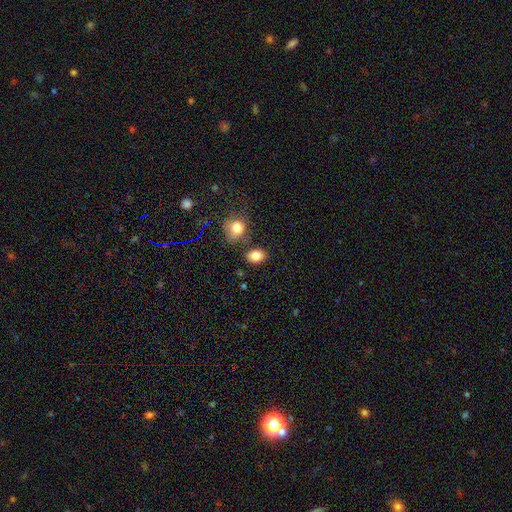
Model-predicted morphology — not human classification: Smooth or featured: smooth — 83% (star or artifact — 10%)
How rounded: in between — 65% (round — 34%)
Merging: none — 75% (minor disturbance — 12%)